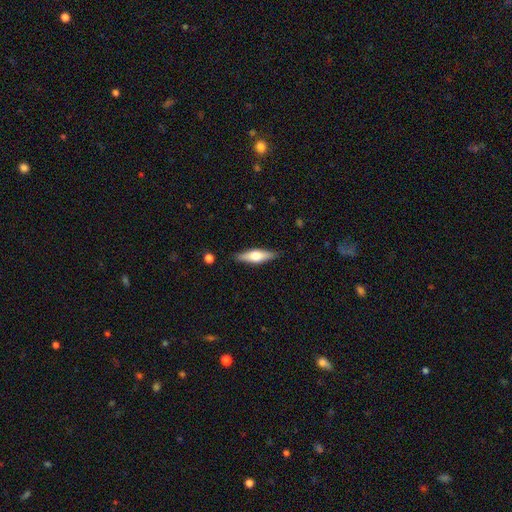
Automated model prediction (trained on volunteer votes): A featured or disk galaxy (49%). Merging: none (87%).